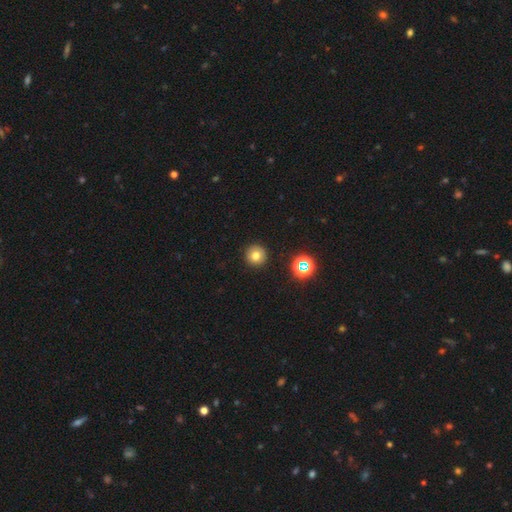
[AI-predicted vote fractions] smooth-or-featured: smooth: 75% | star or artifact: 16% | featured or disk: 10%
  how-rounded: round: 96% | in between: 3% | cigar-shaped: 1%
  merging: none: 92% | minor disturbance: 5% | major disturbance: 2% | merger: 1%